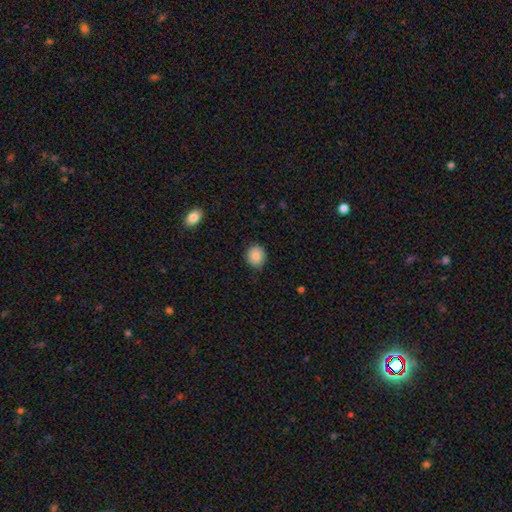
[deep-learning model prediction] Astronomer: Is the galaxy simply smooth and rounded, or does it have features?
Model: smooth — 86%.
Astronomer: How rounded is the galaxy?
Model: round — 77%.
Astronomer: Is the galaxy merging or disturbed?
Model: none — 85%.